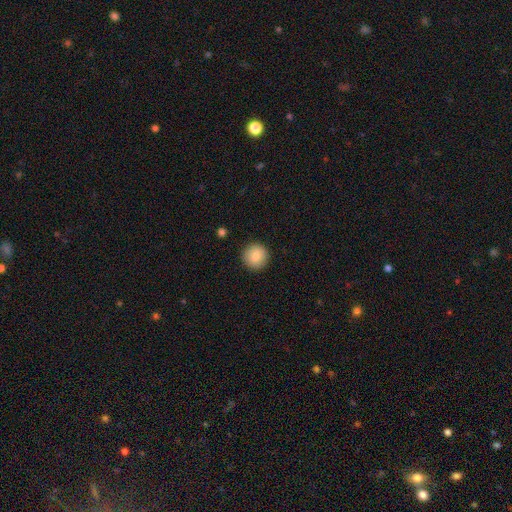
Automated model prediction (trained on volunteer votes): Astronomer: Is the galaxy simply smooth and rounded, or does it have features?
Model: smooth — 86%.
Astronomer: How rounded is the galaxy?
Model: round — 95%.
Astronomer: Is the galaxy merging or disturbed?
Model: none — 91%.